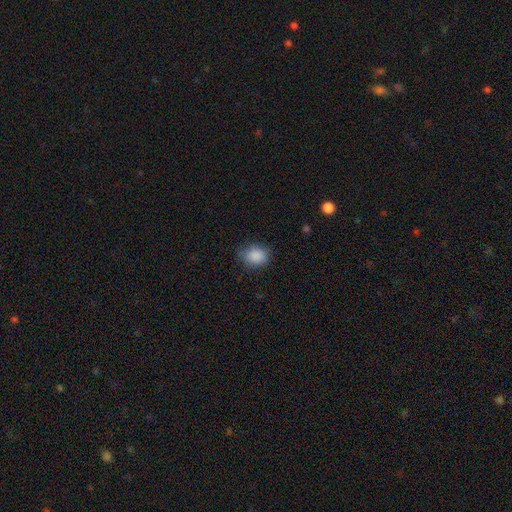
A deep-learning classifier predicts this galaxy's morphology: A smooth galaxy with no disk features (88%) that is round (52%). Merging: none (72%).